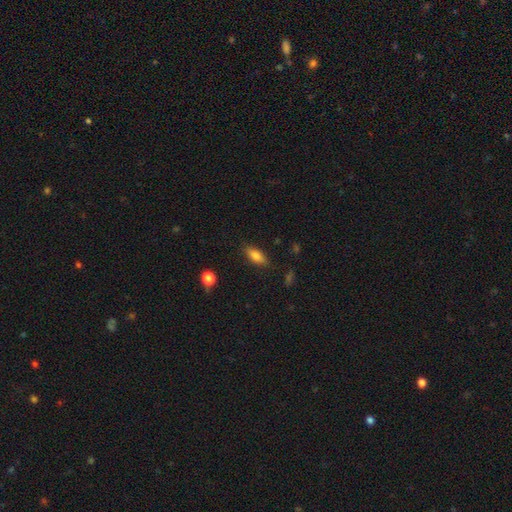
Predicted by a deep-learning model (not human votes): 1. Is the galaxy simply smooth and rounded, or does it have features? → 78% smooth, 14% featured or disk, 8% star or artifact.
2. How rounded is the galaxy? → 79% in between, 18% cigar-shaped, 4% round.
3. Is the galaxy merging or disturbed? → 82% none, 13% minor disturbance, 3% major disturbance, 2% merger.